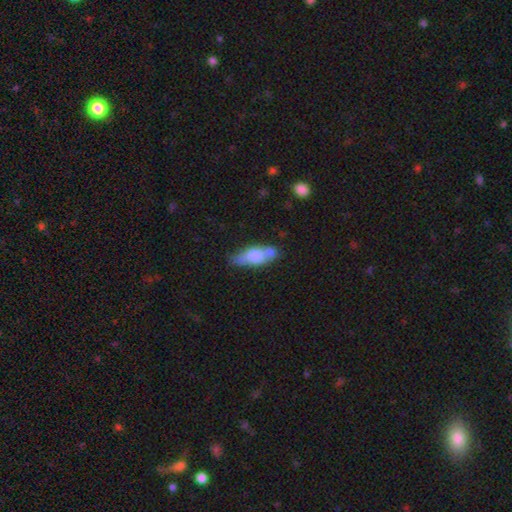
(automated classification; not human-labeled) A smooth galaxy with no disk features (65%) that is in between round and cigar-shaped (60%).

Vote fractions:
- Smooth or featured? smooth: 65% / featured or disk: 28% / star or artifact: 7%
- How rounded? in between: 60% / cigar-shaped: 36% / round: 4%
- Merging? none: 46% / minor disturbance: 25% / merger: 21% / major disturbance: 8%